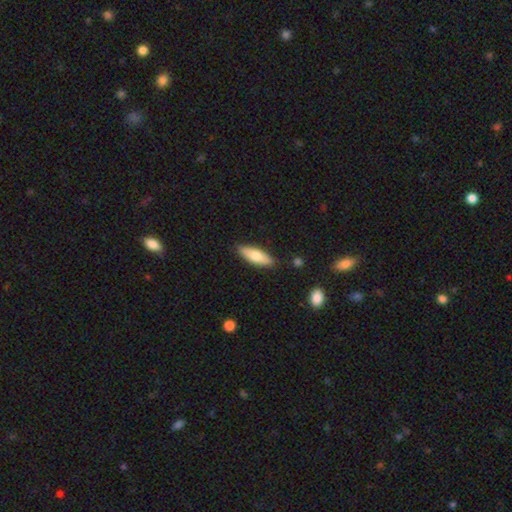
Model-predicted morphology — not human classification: The model was most divided on "how rounded": in between: 55%, cigar-shaped: 43%, round: 2%. More confident: merging — none (86%); smooth or featured — smooth (73%).